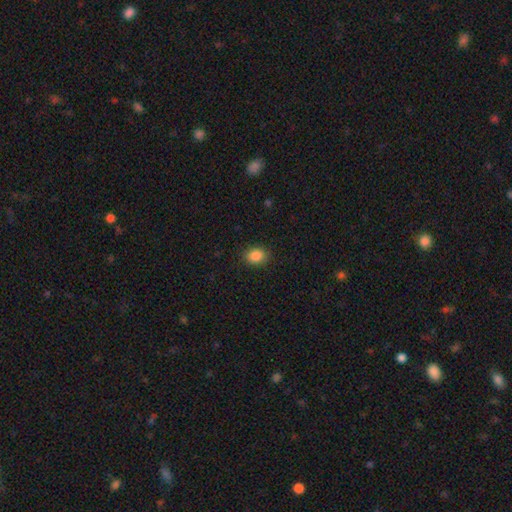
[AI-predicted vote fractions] Overall: smooth (87%). How rounded: in between (54%; round 45%). Merging: none (89%).